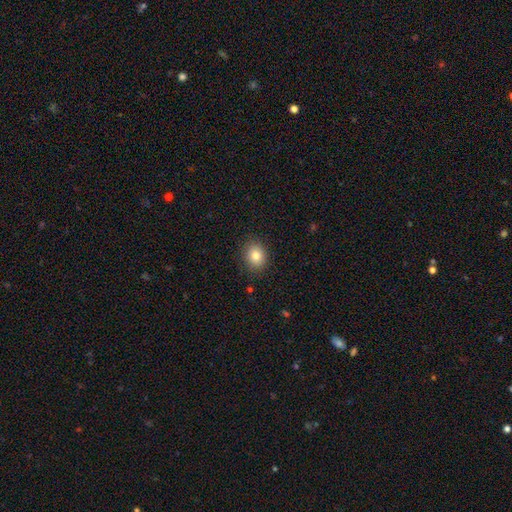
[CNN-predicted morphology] A smooth galaxy with no disk features (82%) that is round (60%).

Vote fractions:
- Smooth or featured? smooth: 82% / star or artifact: 10% / featured or disk: 8%
- How rounded? round: 60% / in between: 39% / cigar-shaped: 1%
- Merging? none: 87% / minor disturbance: 9% / major disturbance: 3% / merger: 1%